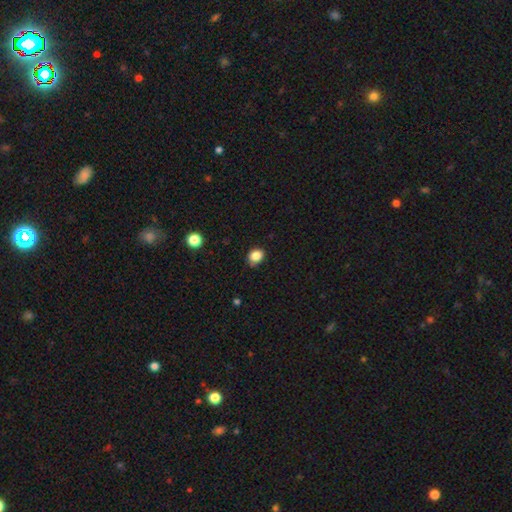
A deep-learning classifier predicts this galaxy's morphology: The model was most divided on "how rounded": round: 55%, in between: 44%, cigar-shaped: 1%. More confident: smooth or featured — smooth (85%); merging — none (73%).